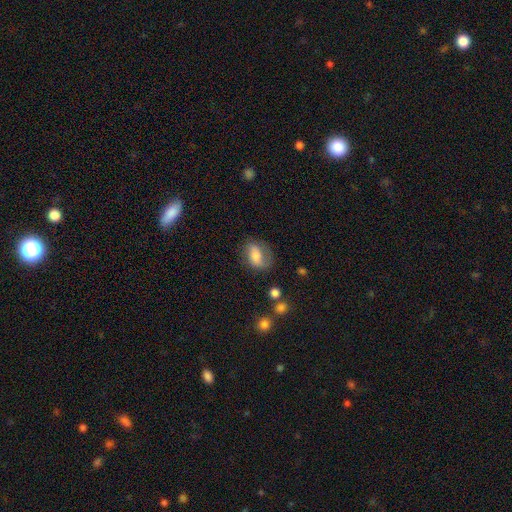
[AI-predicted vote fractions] smooth_or_featured: smooth (p=0.62) [alt: featured or disk p=0.29]
how_rounded: in between (p=0.78) [alt: round p=0.19]
merging: none (p=0.58) [alt: minor disturbance p=0.25]